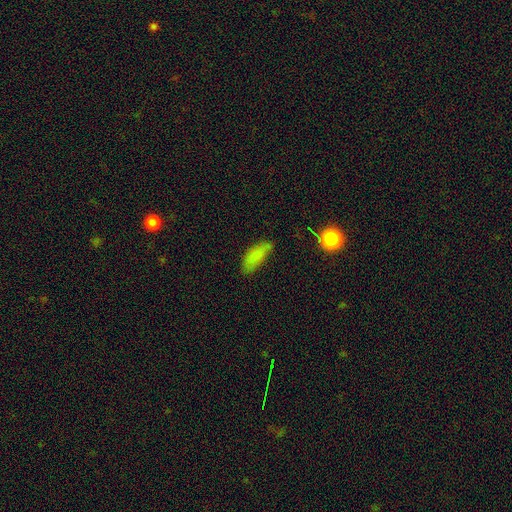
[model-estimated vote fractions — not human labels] Smooth or featured?
  - smooth: 80% *
  - star or artifact: 10%
  - featured or disk: 10%
How rounded?
  - in between: 71% *
  - cigar-shaped: 27%
  - round: 2%
Merging?
  - none: 62% *
  - minor disturbance: 28%
  - major disturbance: 7%
  - merger: 3%